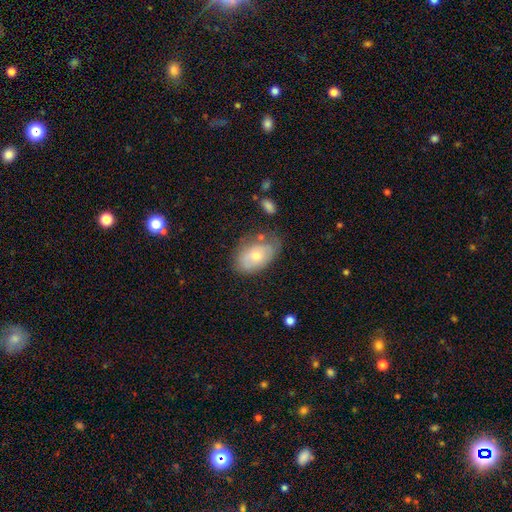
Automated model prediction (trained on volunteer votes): The model was most divided on "merging": none: 54%, minor disturbance: 30%, major disturbance: 10%, merger: 6%. More confident: how rounded — in between (89%); smooth or featured — smooth (62%).